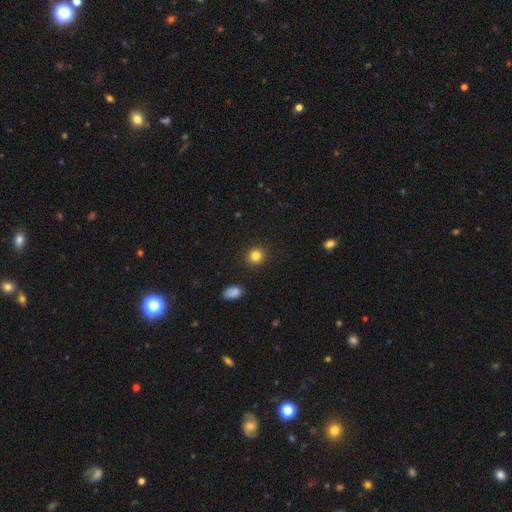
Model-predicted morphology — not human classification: This appears to be a smooth galaxy with no disk features (84%) that is round (90%). Merging: none (92%).